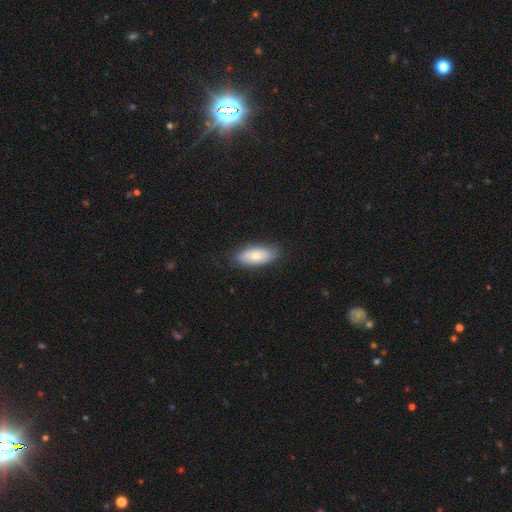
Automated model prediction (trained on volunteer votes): Overall: smooth (74%). How rounded: in between (83%). Merging: none (82%).